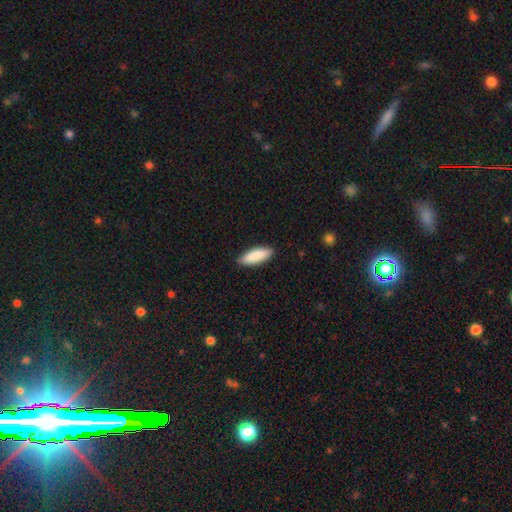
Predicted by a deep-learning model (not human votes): smooth-or-featured: smooth: 87% | featured or disk: 7% | star or artifact: 5%
  how-rounded: in between: 54% | cigar-shaped: 45% | round: 2%
  merging: none: 89% | minor disturbance: 9% | major disturbance: 2% | merger: 1%